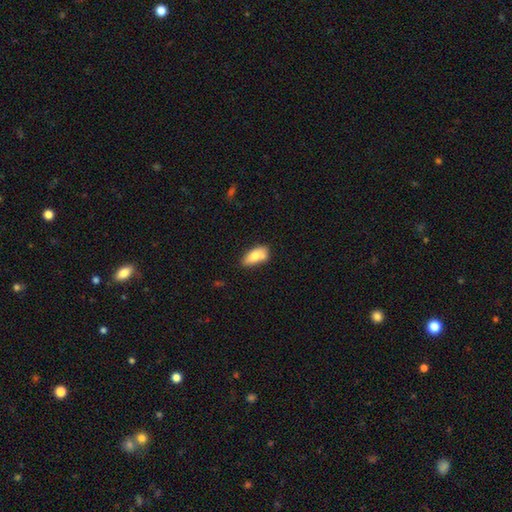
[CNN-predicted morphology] smooth_or_featured: smooth (p=0.75) [alt: featured or disk p=0.18]
how_rounded: in between (p=0.88) [alt: cigar-shaped p=0.09]
merging: none (p=0.53) [alt: minor disturbance p=0.23]